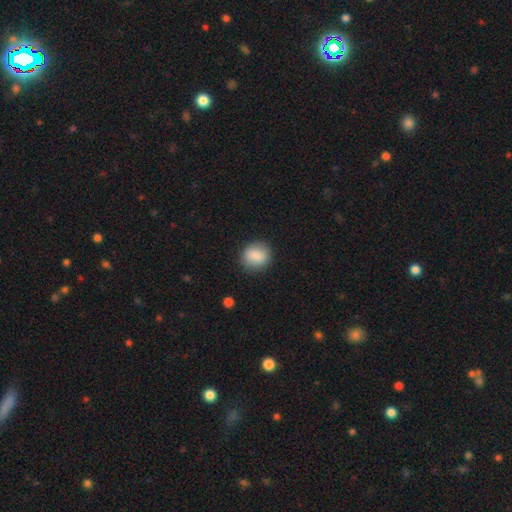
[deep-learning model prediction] The model was most divided on "how rounded": round: 79%, in between: 20%, cigar-shaped: 1%. More confident: merging — none (87%); smooth or featured — smooth (87%).